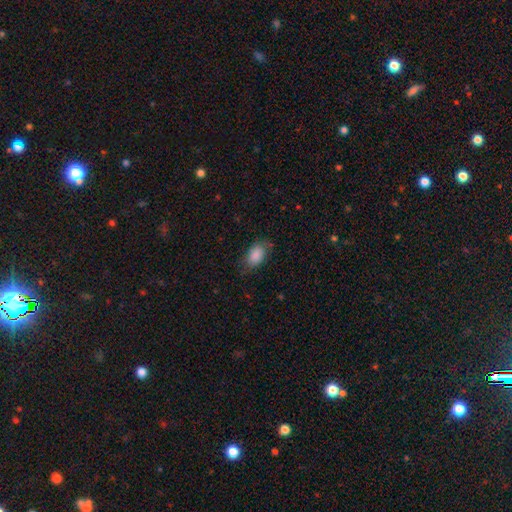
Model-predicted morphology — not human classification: Overall: smooth (86%). How rounded: in between (90%). Merging: none (68%).